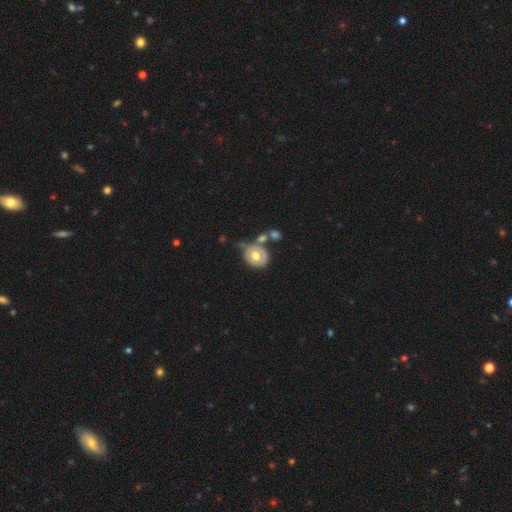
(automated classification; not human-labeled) This is possibly a smooth galaxy (51%). How rounded: likely round (61%). Merging: marginally none (43%).